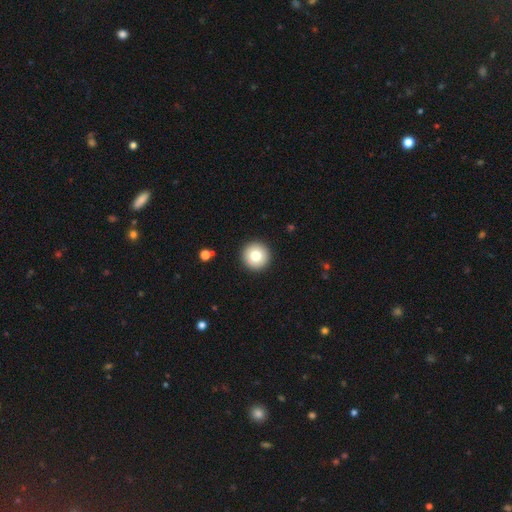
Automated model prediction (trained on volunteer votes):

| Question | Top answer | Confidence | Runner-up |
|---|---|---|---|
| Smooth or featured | smooth | 79% | featured or disk (12%) |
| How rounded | round | 97% | in between (2%) |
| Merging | none | 93% | minor disturbance (5%) |